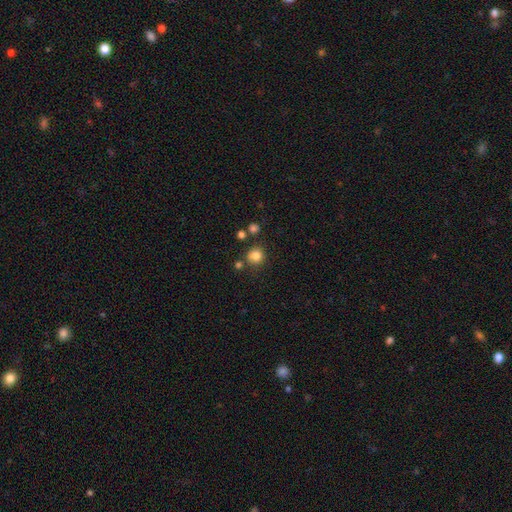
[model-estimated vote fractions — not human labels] Smooth or featured: smooth — 83% (star or artifact — 12%)
How rounded: round — 88% (in between — 11%)
Merging: none — 78% (minor disturbance — 11%)